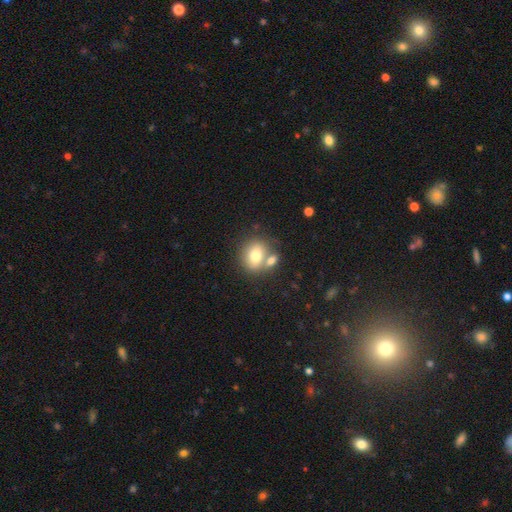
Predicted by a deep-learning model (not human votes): A smooth galaxy with no disk features (74%) that is round (52%).

Vote fractions:
- Smooth or featured? smooth: 74% / featured or disk: 17% / star or artifact: 9%
- How rounded? round: 52% / in between: 47% / cigar-shaped: 1%
- Merging? none: 48% / merger: 37% / minor disturbance: 11% / major disturbance: 4%